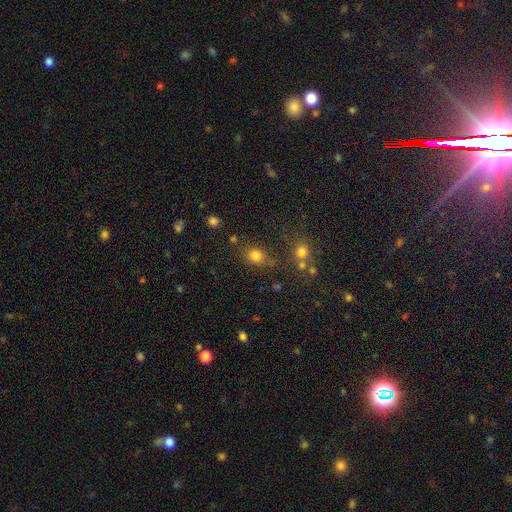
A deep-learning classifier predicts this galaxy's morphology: smooth 78%, star or artifact 15%, featured or disk 6%. Down the decision tree: how rounded — round (64%); merging — none (69%).